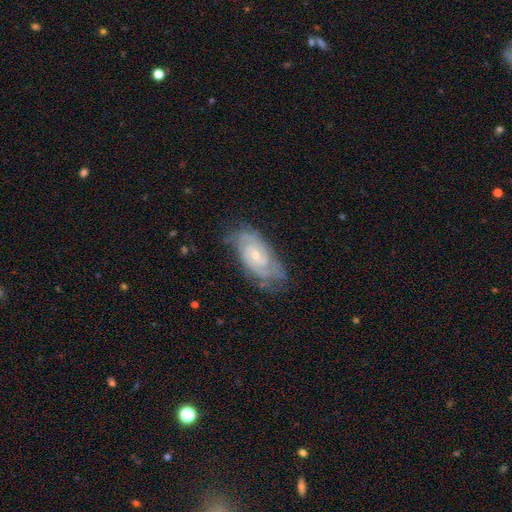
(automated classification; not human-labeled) Smooth or featured? Predicted: featured or disk (p=0.84). Edge-on disk? Predicted: no (p=0.96). Bar? Predicted: no (p=0.51). Spiral arms? Predicted: yes (p=0.96). Spiral winding? Predicted: tight (p=0.59). Spiral arm count? Predicted: 2 (p=0.54). Bulge size? Predicted: small (p=0.65). Merging? Predicted: none (p=0.68).